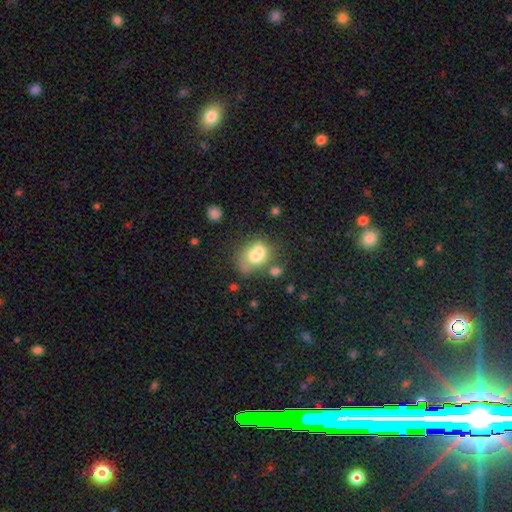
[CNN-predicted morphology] A smooth galaxy with no disk features (69%) that is in between round and cigar-shaped (59%).

Vote fractions:
- Smooth or featured? smooth: 69% / featured or disk: 21% / star or artifact: 10%
- How rounded? in between: 59% / round: 40% / cigar-shaped: 1%
- Merging? merger: 34% / none: 31% / minor disturbance: 20% / major disturbance: 15%